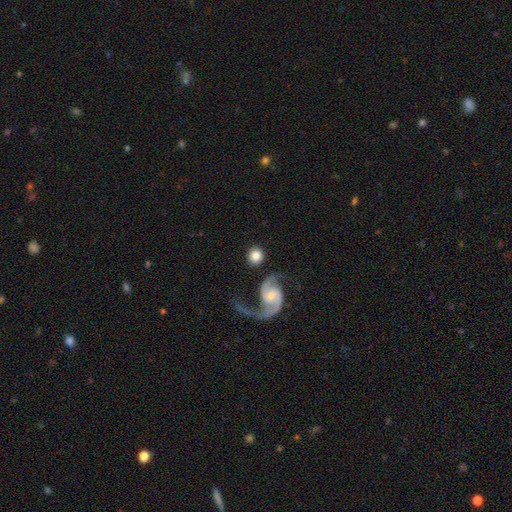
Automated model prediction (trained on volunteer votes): smooth_or_featured: smooth (p=0.63) [alt: featured or disk p=0.30]
how_rounded: round (p=0.88) [alt: in between p=0.11]
merging: none (p=0.77) [alt: minor disturbance p=0.10]